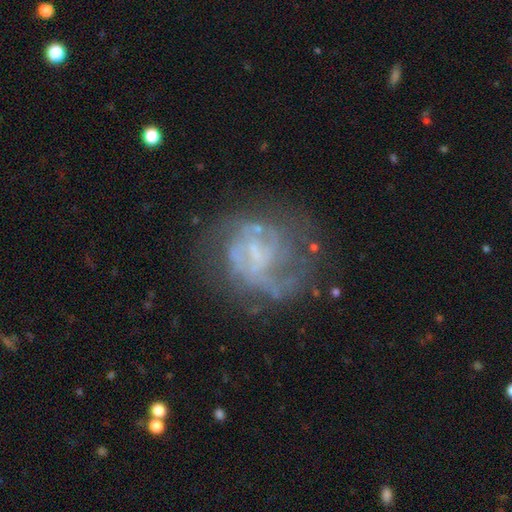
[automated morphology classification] type=featured or disk (71%); edge-on=no (98%); bar=no (57%); spiral arms=yes (60%); bulge=none (51%); merging=none (52%).